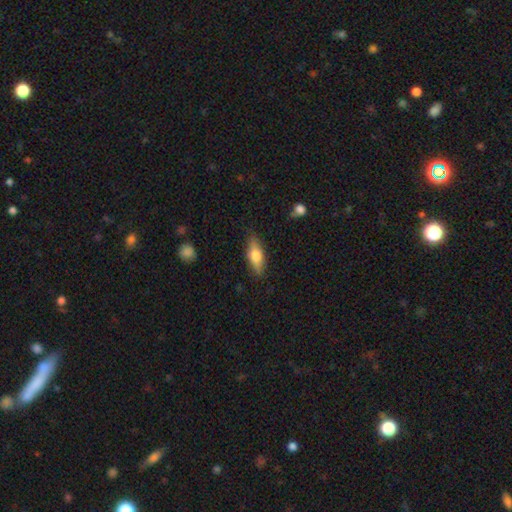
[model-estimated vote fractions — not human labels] smooth 63%, featured or disk 31%, star or artifact 6%. Down the decision tree: how rounded — in between (62%); merging — none (83%).